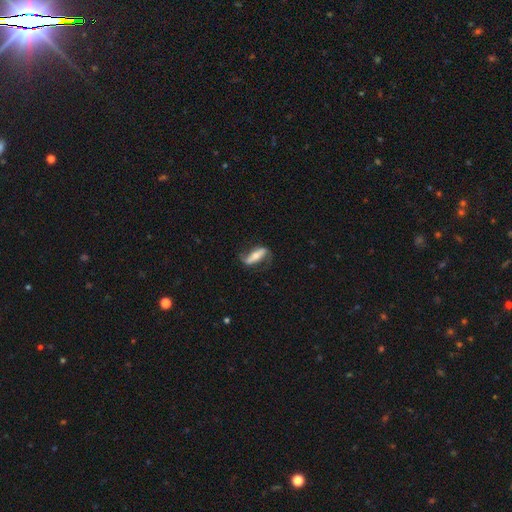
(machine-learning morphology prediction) Q: Smooth or featured?
A: featured or disk (67%); runner-up: smooth (27%)
Q: Edge-on disk?
A: no (71%); runner-up: yes (29%)
Q: Merging?
A: none (64%); runner-up: minor disturbance (21%)